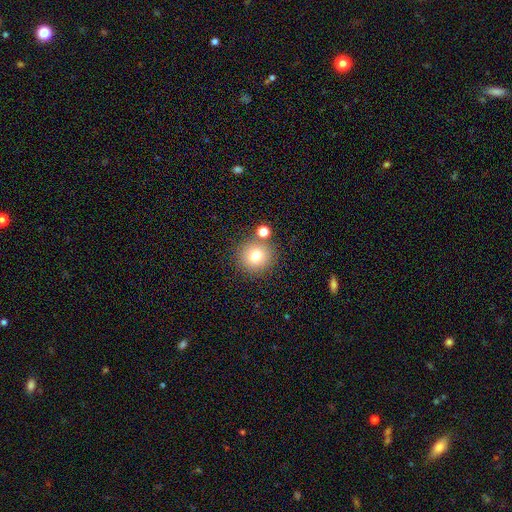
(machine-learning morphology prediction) type=smooth (77%); roundness=round (93%); merging=none (77%).